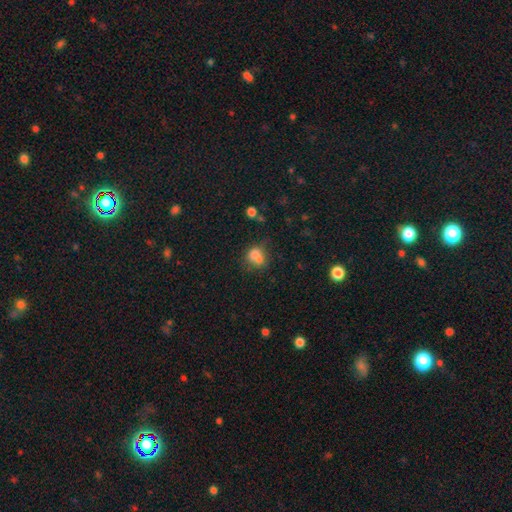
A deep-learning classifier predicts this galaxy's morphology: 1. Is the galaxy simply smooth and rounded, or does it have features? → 74% smooth, 14% featured or disk, 12% star or artifact.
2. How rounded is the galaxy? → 59% round, 39% in between, 1% cigar-shaped.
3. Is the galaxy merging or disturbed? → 42% merger, 34% none, 16% minor disturbance, 8% major disturbance.